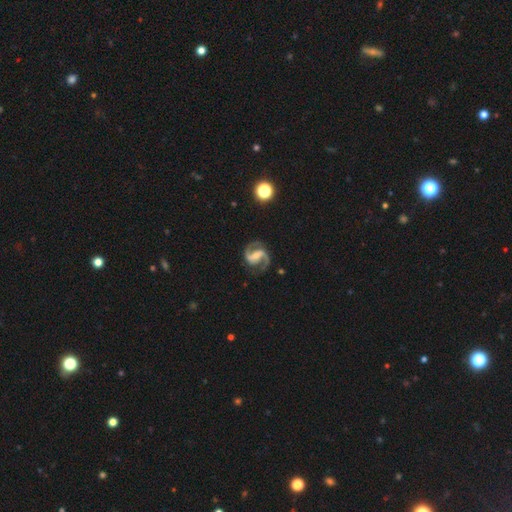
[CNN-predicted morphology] Smooth or featured? featured or disk (92%)
Edge-on disk? no (98%)
Bar? strong (41%)
Spiral arms? yes (98%)
Spiral winding? medium (64%)
Spiral arm count? 2 (94%)
Bulge size? small (51%)
Merging? none (81%)